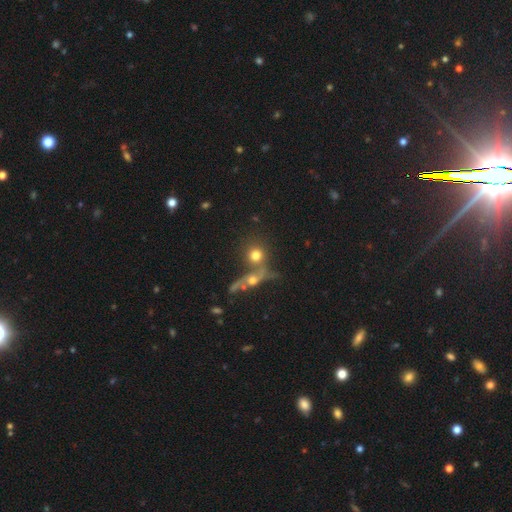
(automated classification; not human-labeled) The model was most divided on "merging": none: 46%, merger: 39%, minor disturbance: 9%, major disturbance: 7%. More confident: how rounded — round (86%); smooth or featured — smooth (70%).